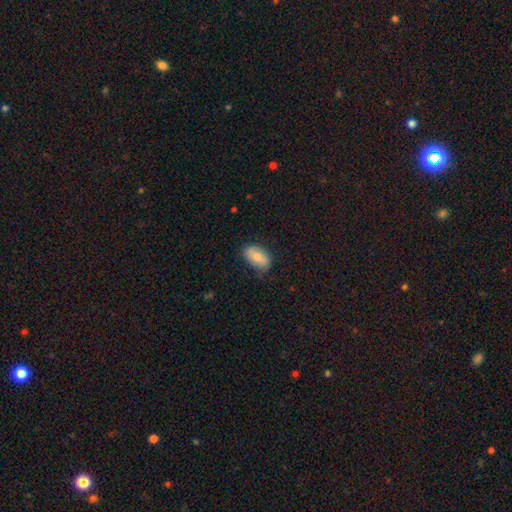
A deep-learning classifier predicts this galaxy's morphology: Smooth or featured?
  - smooth: 75% *
  - featured or disk: 18%
  - star or artifact: 7%
How rounded?
  - in between: 92% *
  - round: 6%
  - cigar-shaped: 2%
Merging?
  - none: 75% *
  - minor disturbance: 21%
  - major disturbance: 4%
  - merger: 1%